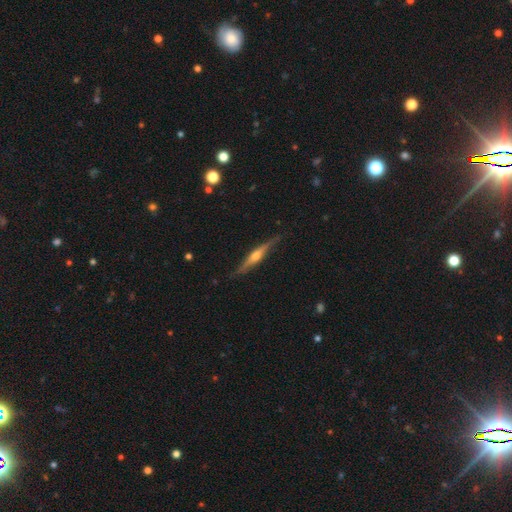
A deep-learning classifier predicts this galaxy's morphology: smooth_or_featured: featured or disk (p=0.76) [alt: smooth p=0.19]
disk_edge_on: yes (p=0.97) [alt: no p=0.03]
edge_on_bulge: rounded (p=0.89) [alt: boxy p=0.06]
merging: none (p=0.83) [alt: minor disturbance p=0.13]